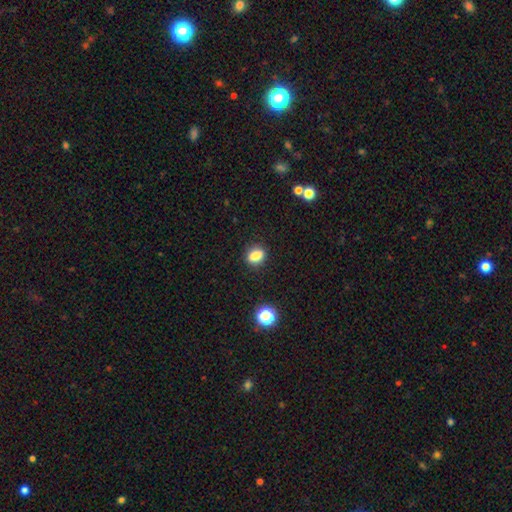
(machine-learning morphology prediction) smooth-or-featured: smooth: 82% | star or artifact: 11% | featured or disk: 7%
  how-rounded: in between: 64% | round: 31% | cigar-shaped: 4%
  merging: none: 85% | minor disturbance: 10% | major disturbance: 3% | merger: 2%